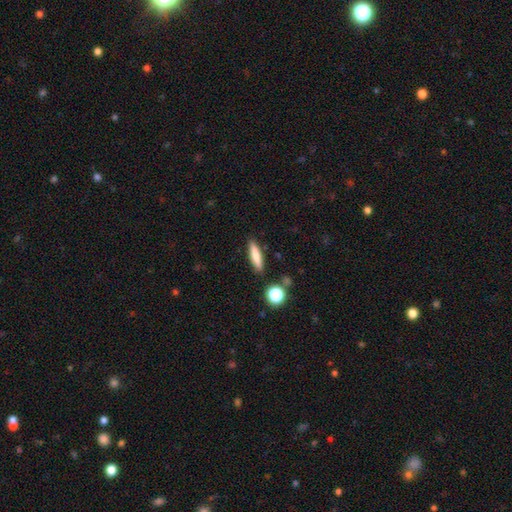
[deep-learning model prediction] smooth_or_featured: smooth (p=0.76) [alt: featured or disk p=0.16]
how_rounded: cigar-shaped (p=0.72) [alt: in between p=0.25]
merging: none (p=0.87) [alt: minor disturbance p=0.08]